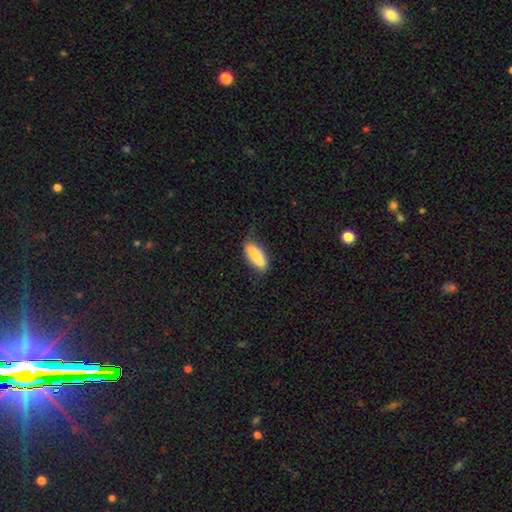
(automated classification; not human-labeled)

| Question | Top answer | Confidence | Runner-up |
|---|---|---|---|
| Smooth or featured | smooth | 85% | featured or disk (9%) |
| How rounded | in between | 53% | cigar-shaped (45%) |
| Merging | none | 76% | minor disturbance (19%) |